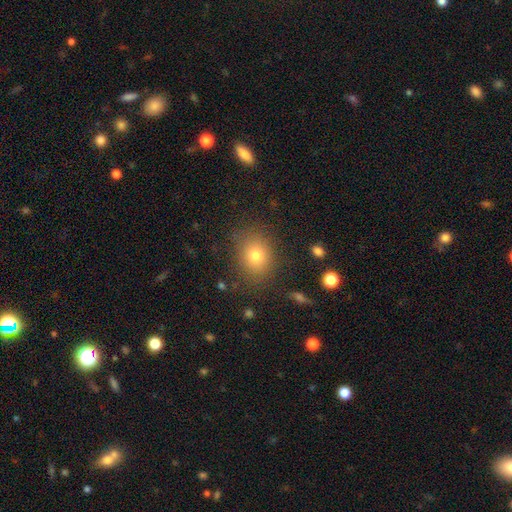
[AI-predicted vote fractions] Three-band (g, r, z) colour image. It shows a smooth galaxy with no disk features (77%) that is round (59%). Merging: none (83%).